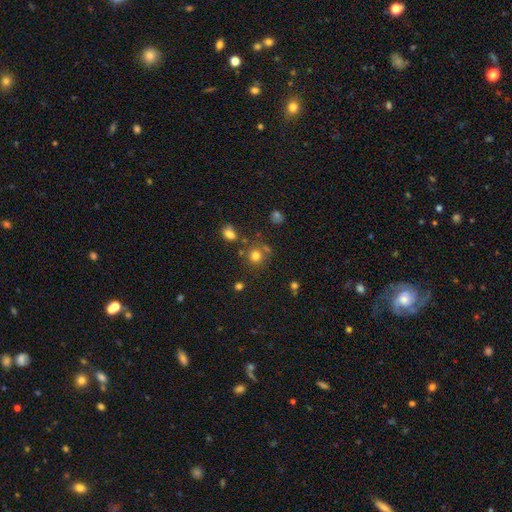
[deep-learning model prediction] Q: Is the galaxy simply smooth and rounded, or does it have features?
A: smooth — 75%.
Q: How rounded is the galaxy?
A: round — 88%.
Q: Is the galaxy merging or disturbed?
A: none — 72%.